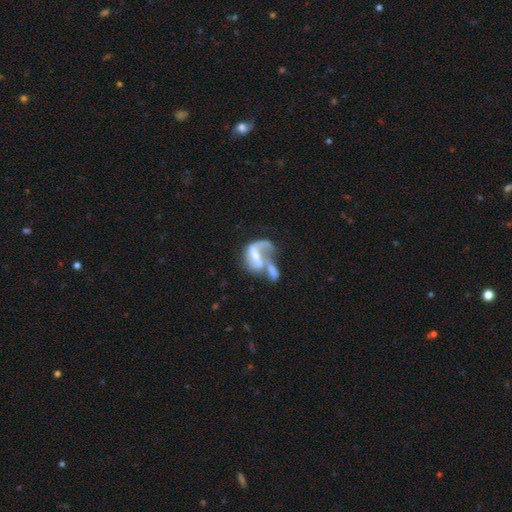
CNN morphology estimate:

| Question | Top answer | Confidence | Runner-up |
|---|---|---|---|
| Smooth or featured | featured or disk | 65% | smooth (27%) |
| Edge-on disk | no | 96% | yes (4%) |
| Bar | no | 39% | weak (37%) |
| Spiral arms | yes | 61% | no (39%) |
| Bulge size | small | 35% | moderate (31%) |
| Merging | merger | 55% | major disturbance (26%) |